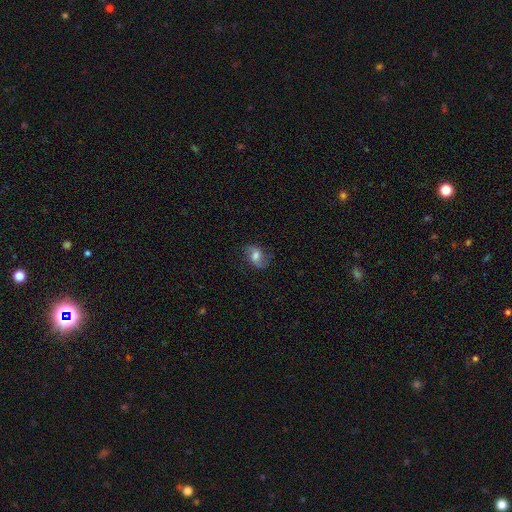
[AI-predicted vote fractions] Smooth or featured? featured or disk (58%)
Edge-on disk? no (96%)
Bar? weak (43%)
Spiral arms? yes (91%)
Spiral winding? loose (58%)
Spiral arm count? 2 (88%)
Bulge size? moderate (52%)
Merging? none (72%)